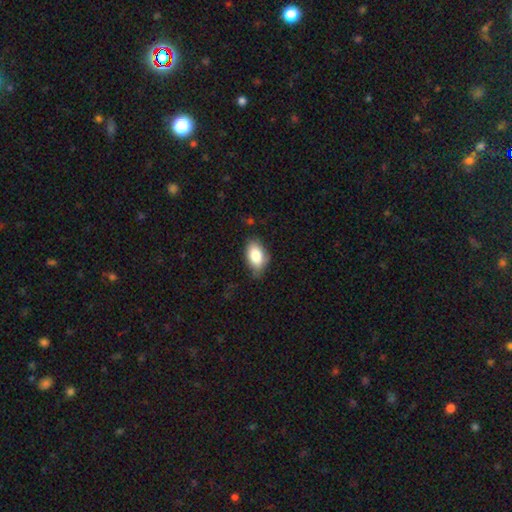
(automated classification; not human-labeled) Q: Smooth or featured?
A: smooth (84%); runner-up: featured or disk (9%)
Q: How rounded?
A: in between (93%); runner-up: round (6%)
Q: Merging?
A: none (69%); runner-up: minor disturbance (25%)